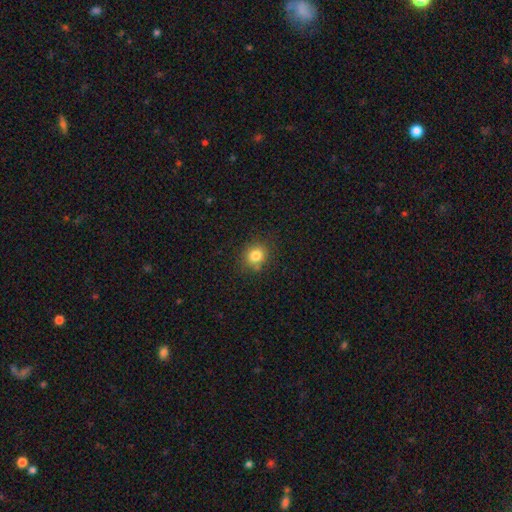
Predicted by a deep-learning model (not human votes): This is clearly a smooth galaxy (81%). How rounded: likely round (79%). Merging: likely none (79%).